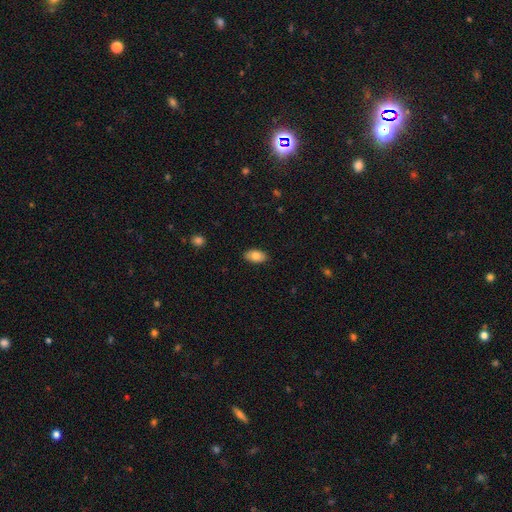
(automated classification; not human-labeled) A smooth galaxy with no disk features (79%) that is in between round and cigar-shaped (93%). Merging: none (87%).